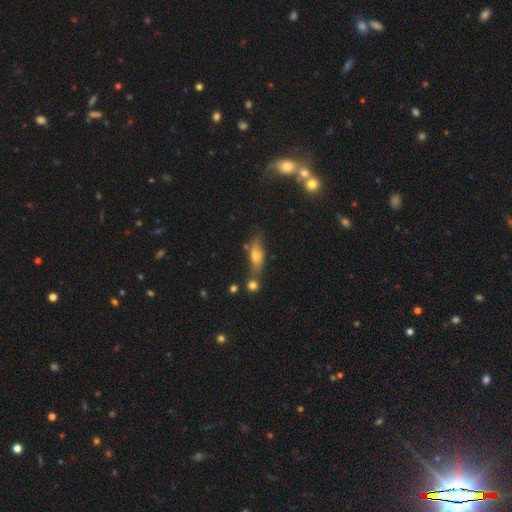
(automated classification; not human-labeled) This appears to be a smooth galaxy with no disk features (48%). Merging: none (62%).